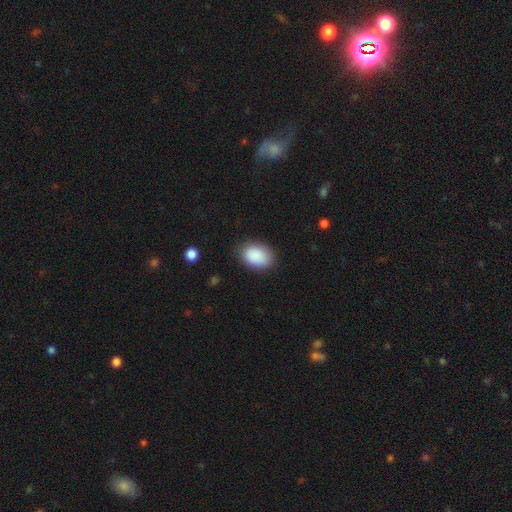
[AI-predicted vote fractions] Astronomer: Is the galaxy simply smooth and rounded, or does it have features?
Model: smooth — 89%.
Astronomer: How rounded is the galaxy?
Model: in between — 84%.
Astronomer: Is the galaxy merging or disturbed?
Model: none — 83%.